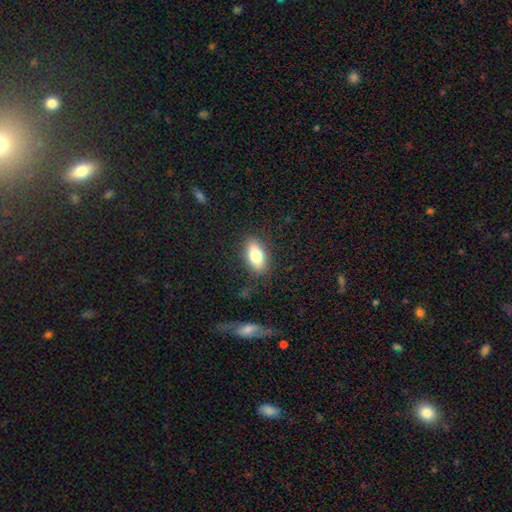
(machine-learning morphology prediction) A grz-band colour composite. It shows a smooth galaxy with no disk features (77%) that is in between round and cigar-shaped (86%). Merging: none (84%).